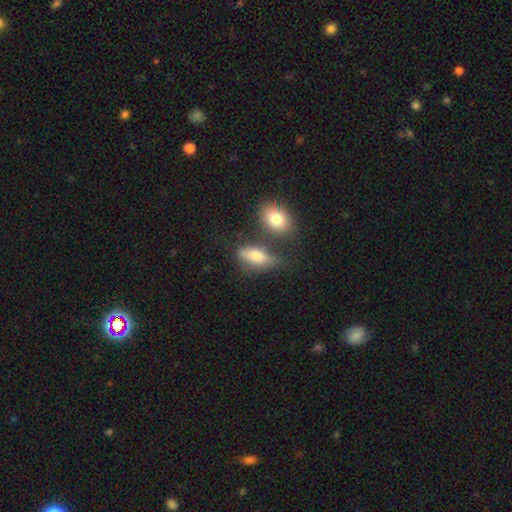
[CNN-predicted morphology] smooth_or_featured: smooth (p=0.76) [alt: featured or disk p=0.15]
how_rounded: in between (p=0.80) [alt: cigar-shaped p=0.14]
merging: none (p=0.47) [alt: minor disturbance p=0.23]